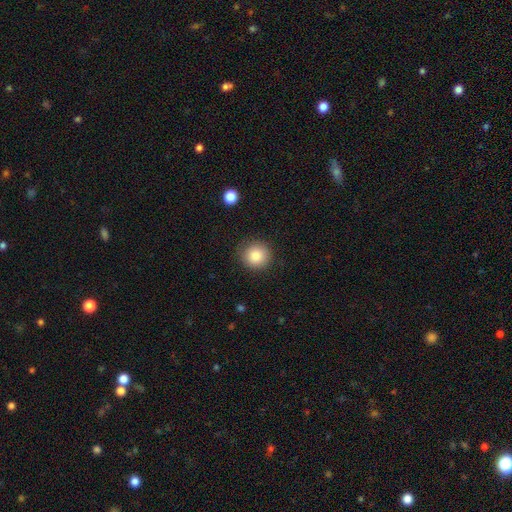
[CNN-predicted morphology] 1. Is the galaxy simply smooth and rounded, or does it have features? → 84% smooth, 9% star or artifact, 7% featured or disk.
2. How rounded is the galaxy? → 93% round, 6% in between, 1% cigar-shaped.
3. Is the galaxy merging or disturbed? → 88% none, 8% minor disturbance, 3% major disturbance, 1% merger.